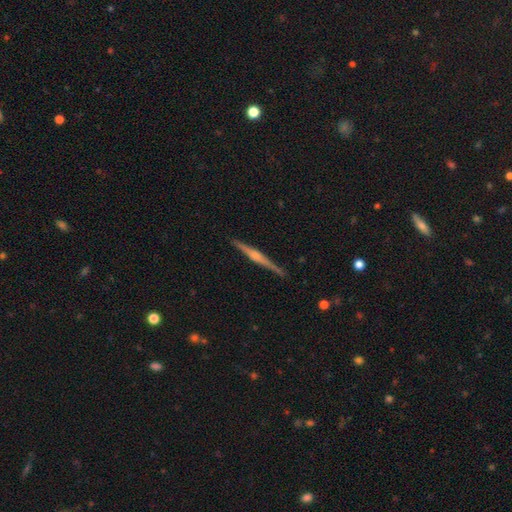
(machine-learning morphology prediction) This is likely a featured or disk galaxy (76%). It is clearly viewed edge-on (98%). Edge-on bulge: possibly rounded (59%). Merging: clearly none (90%).